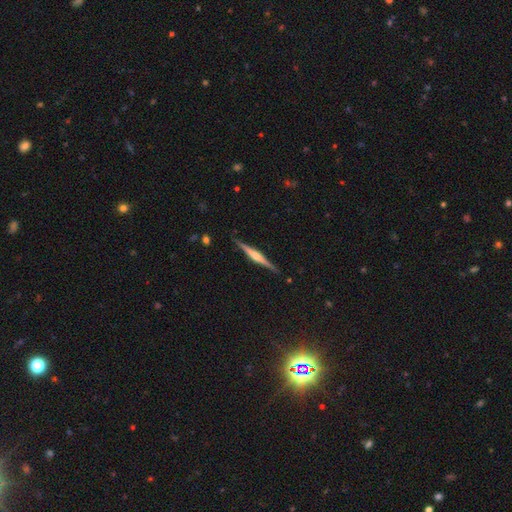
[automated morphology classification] Smooth or featured?
  - featured or disk: 76% *
  - smooth: 19%
  - star or artifact: 6%
Edge-on disk?
  - yes: 98% *
  - no: 2%
Edge-on bulge?
  - rounded: 72% *
  - boxy: 16%
  - none: 12%
Merging?
  - none: 90% *
  - minor disturbance: 7%
  - major disturbance: 1%
  - merger: 1%